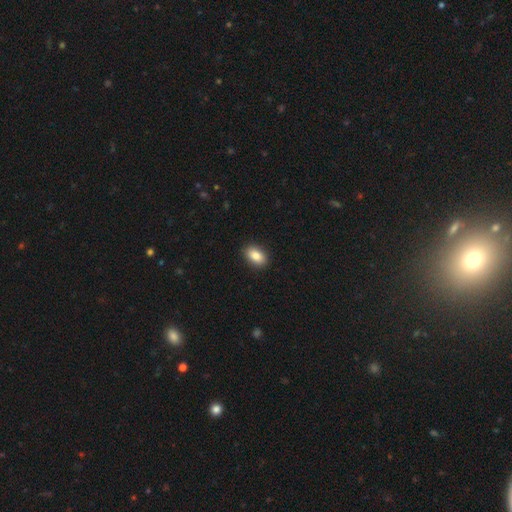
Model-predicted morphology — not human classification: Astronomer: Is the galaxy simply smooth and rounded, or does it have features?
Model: smooth — 86%.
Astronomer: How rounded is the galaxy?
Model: in between — 89%.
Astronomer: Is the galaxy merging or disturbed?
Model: none — 90%.